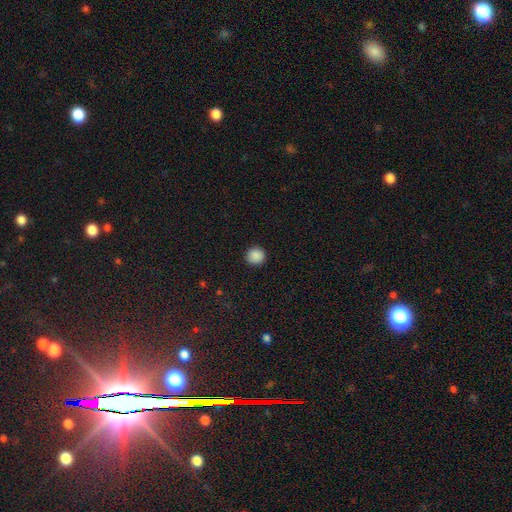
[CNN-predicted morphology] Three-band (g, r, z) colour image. It shows a smooth galaxy with no disk features (89%) that is round (94%). Merging: none (93%).